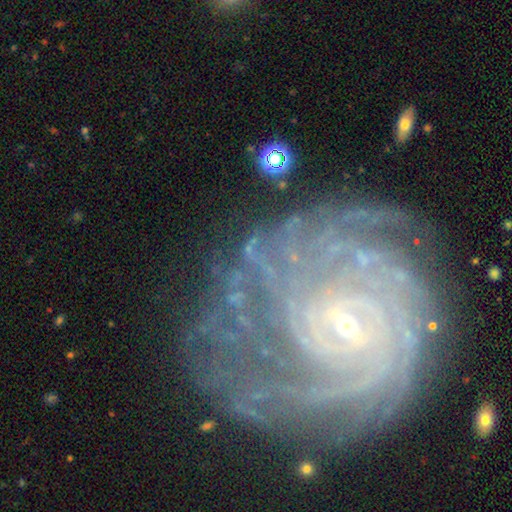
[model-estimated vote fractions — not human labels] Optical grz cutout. It shows a featured or disk galaxy (69%) with no bar (44%), tight (71%) spiral arms (90%) and a small central bulge (62%). Merging: none (67%).